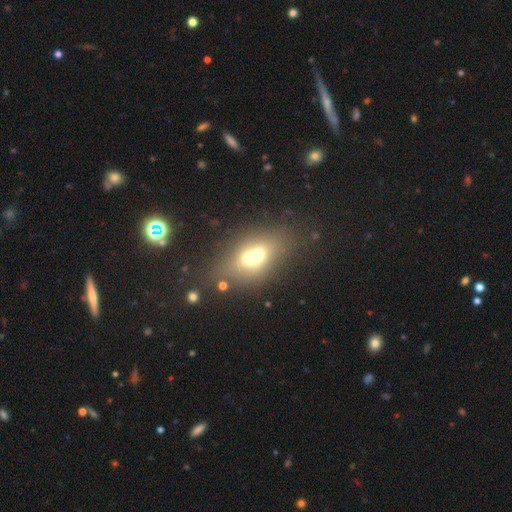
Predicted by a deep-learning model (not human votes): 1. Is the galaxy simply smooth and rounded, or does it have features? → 57% smooth, 29% featured or disk, 14% star or artifact.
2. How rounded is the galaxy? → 64% in between, 32% round, 3% cigar-shaped.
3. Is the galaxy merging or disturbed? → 63% merger, 26% none, 7% minor disturbance, 4% major disturbance.